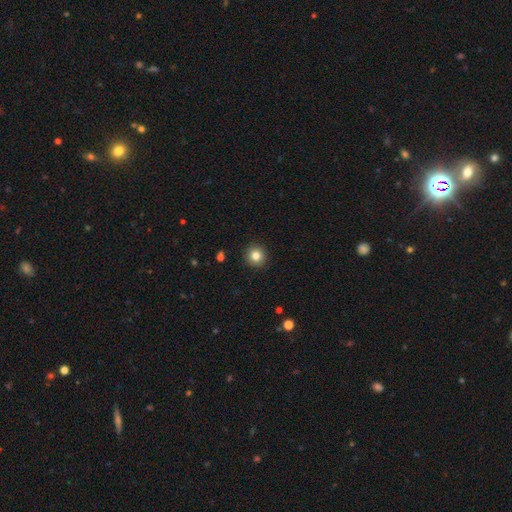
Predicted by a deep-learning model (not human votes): smooth-or-featured: smooth: 82% | star or artifact: 11% | featured or disk: 7%
  how-rounded: round: 95% | in between: 4% | cigar-shaped: 1%
  merging: none: 93% | minor disturbance: 5% | major disturbance: 2% | merger: 1%